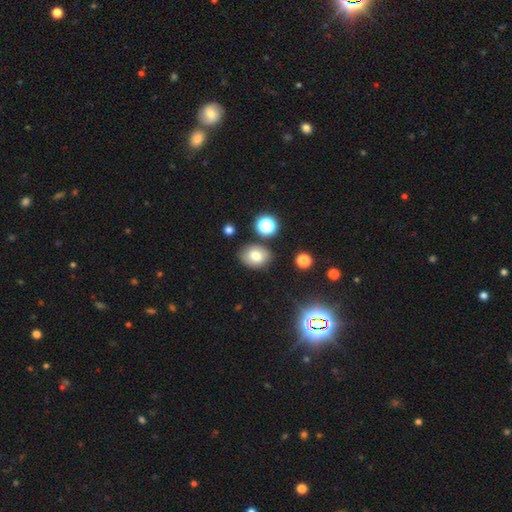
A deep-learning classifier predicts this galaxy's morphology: A smooth galaxy with no disk features (73%) that is in between round and cigar-shaped (65%). Merging: none (79%).